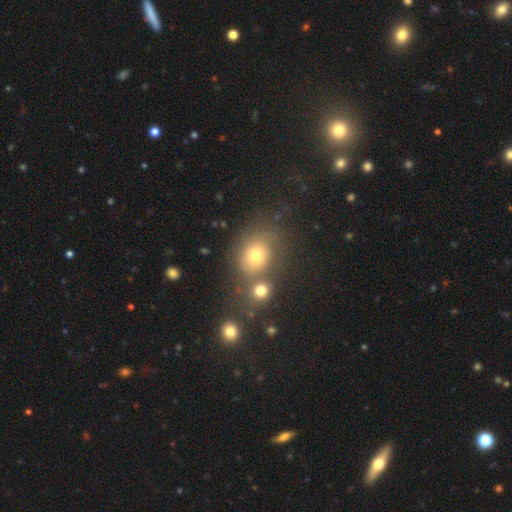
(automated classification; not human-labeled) Smooth or featured? smooth (70%)
How rounded? round (57%)
Merging? none (57%)